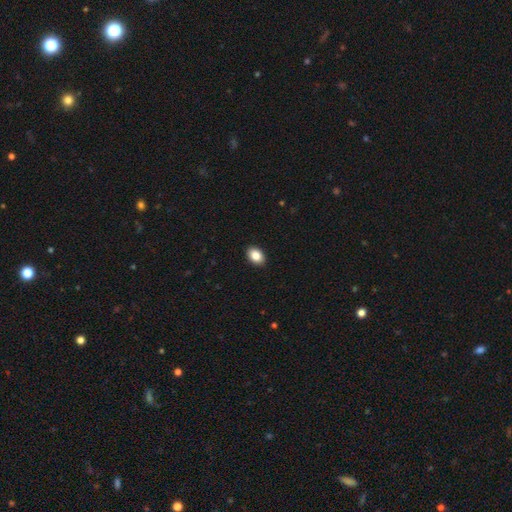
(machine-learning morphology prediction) type=smooth (87%); roundness=in between (85%); merging=none (91%).